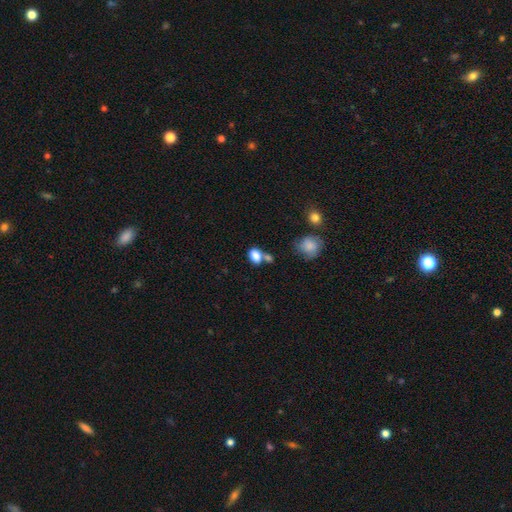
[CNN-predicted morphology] smooth-or-featured: smooth: 84% | star or artifact: 9% | featured or disk: 7%
  how-rounded: in between: 73% | round: 26% | cigar-shaped: 1%
  merging: none: 53% | merger: 28% | minor disturbance: 15% | major disturbance: 5%